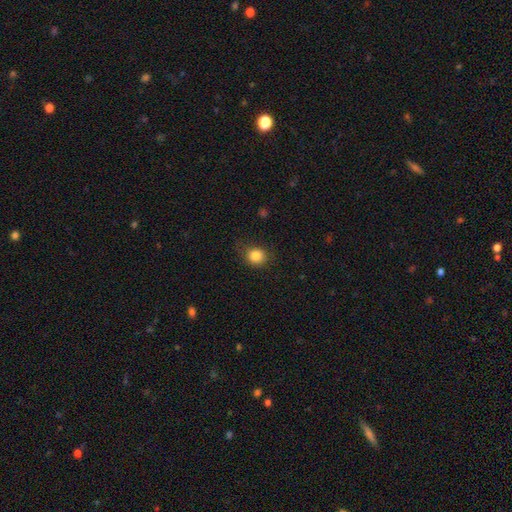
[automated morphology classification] A smooth galaxy with no disk features (83%) that is round (79%).

Vote fractions:
- Smooth or featured? smooth: 83% / star or artifact: 11% / featured or disk: 6%
- How rounded? round: 79% / in between: 20% / cigar-shaped: 1%
- Merging? none: 80% / minor disturbance: 15% / major disturbance: 4% / merger: 1%